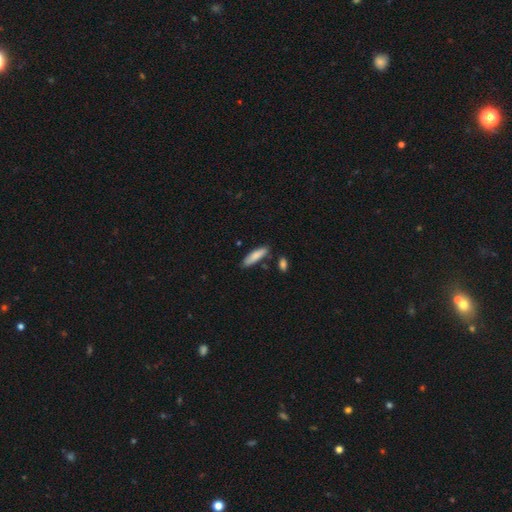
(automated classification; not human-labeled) The model was most divided on "how rounded": cigar-shaped: 63%, in between: 36%, round: 2%. More confident: smooth or featured — smooth (82%); merging — none (78%).